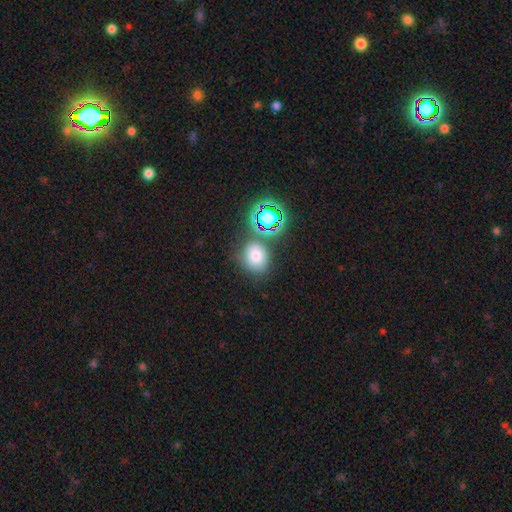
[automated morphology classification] Q: Smooth or featured?
A: smooth (70%); runner-up: star or artifact (21%)
Q: How rounded?
A: round (60%); runner-up: in between (38%)
Q: Merging?
A: none (69%); runner-up: minor disturbance (15%)